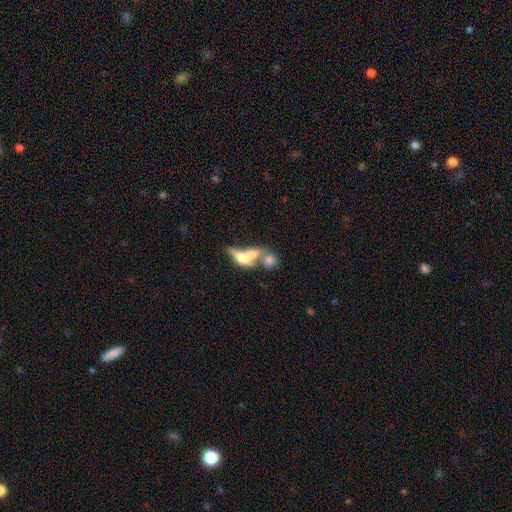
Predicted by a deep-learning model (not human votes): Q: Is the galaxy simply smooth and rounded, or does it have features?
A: featured or disk — 42%.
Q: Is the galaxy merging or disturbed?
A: merger — 61%.